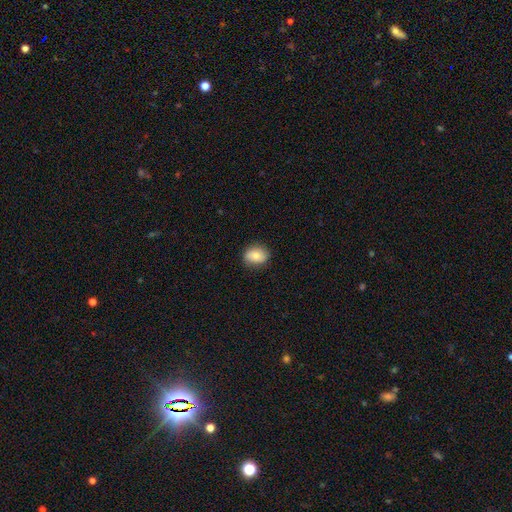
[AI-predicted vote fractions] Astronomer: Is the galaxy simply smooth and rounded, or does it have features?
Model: smooth — 76%.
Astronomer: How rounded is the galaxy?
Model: in between — 59% (runner-up: round, 40%).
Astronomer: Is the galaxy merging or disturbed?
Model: none — 83%.